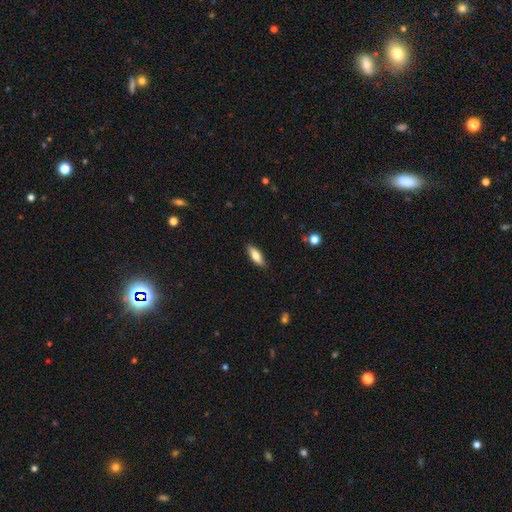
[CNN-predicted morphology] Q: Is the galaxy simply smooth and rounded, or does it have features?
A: smooth — 78%.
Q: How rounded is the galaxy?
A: in between — 59%.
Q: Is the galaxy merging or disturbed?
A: none — 87%.